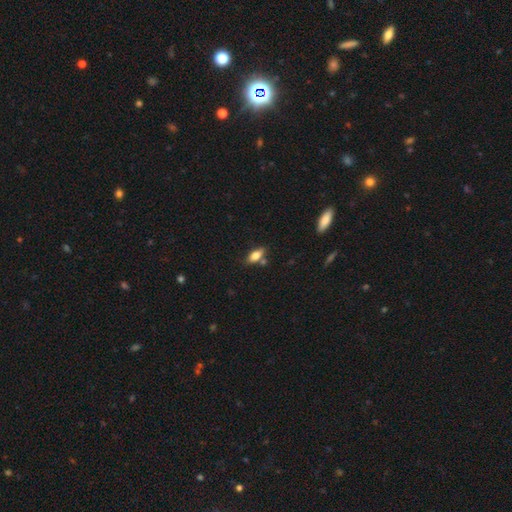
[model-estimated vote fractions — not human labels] A smooth galaxy with no disk features (74%) that is in between round and cigar-shaped (81%). Merging: none (69%).